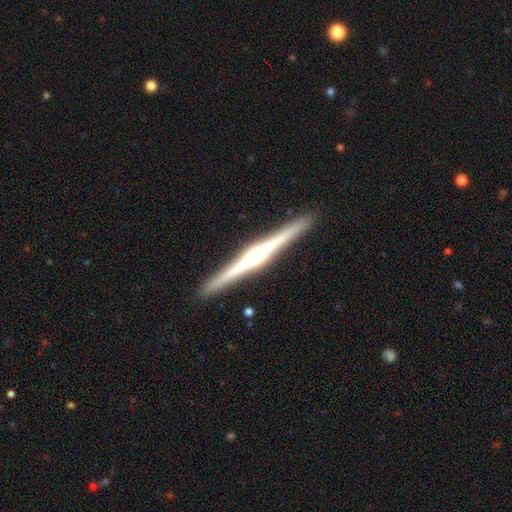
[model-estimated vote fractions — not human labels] Morphology: type=featured or disk (82%); edge-on=yes (99%); edge-on bulge=rounded (72%); merging=none (92%).